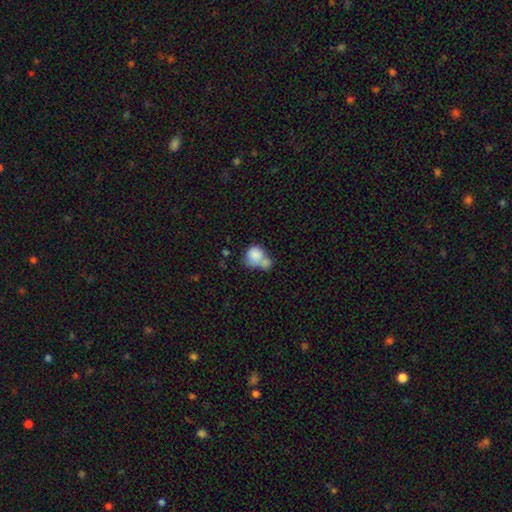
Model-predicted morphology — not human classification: Overall: smooth (81%). How rounded: round (70%). Merging: merger (61%; none 22%).